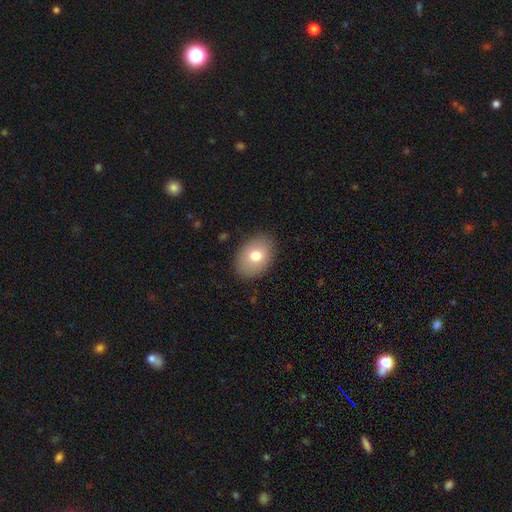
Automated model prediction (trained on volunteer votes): Morphology: type=smooth (76%); roundness=in between (74%); merging=none (87%).